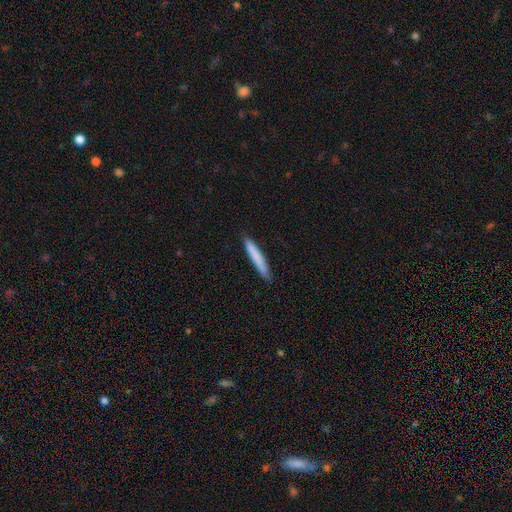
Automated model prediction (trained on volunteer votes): Smooth or featured? Predicted: smooth (p=0.77). How rounded? Predicted: cigar-shaped (p=0.96). Merging? Predicted: none (p=0.88).